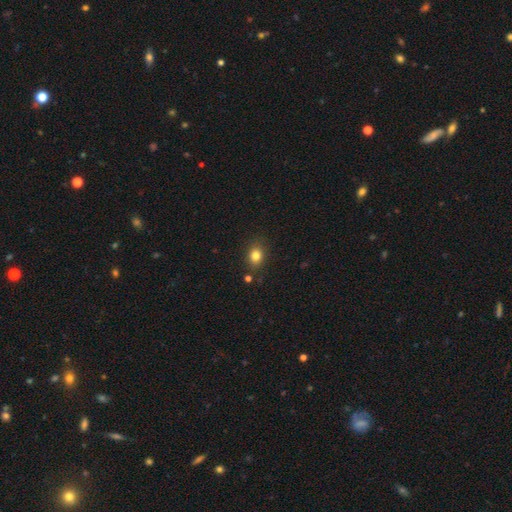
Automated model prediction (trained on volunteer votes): smooth_or_featured: smooth (p=0.81) [alt: star or artifact p=0.12]
how_rounded: in between (p=0.53) [alt: round p=0.46]
merging: none (p=0.82) [alt: minor disturbance p=0.12]